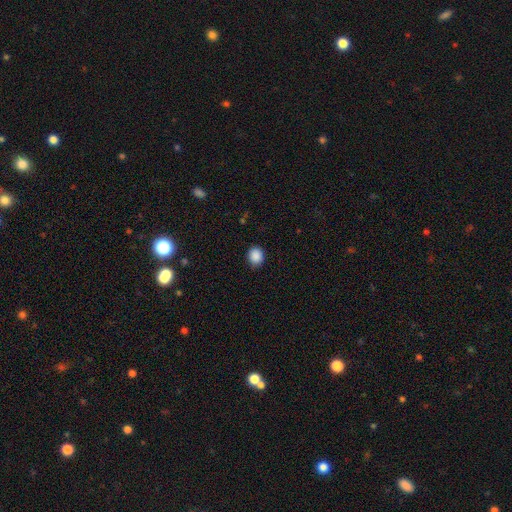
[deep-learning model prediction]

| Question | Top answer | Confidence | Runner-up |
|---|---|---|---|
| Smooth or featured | smooth | 88% | star or artifact (9%) |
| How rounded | round | 72% | in between (27%) |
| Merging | none | 86% | minor disturbance (11%) |